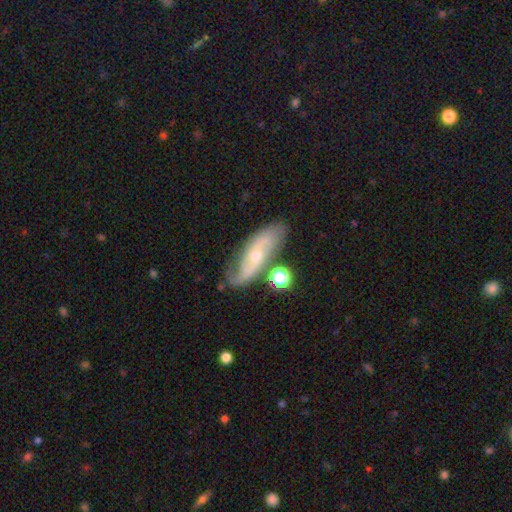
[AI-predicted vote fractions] Morphology: type=featured or disk (74%); edge-on=no (86%); bar=no (61%); spiral arms=yes (87%); winding=loose (40%); arm count=2 (76%); bulge=small (61%); merging=none (66%).